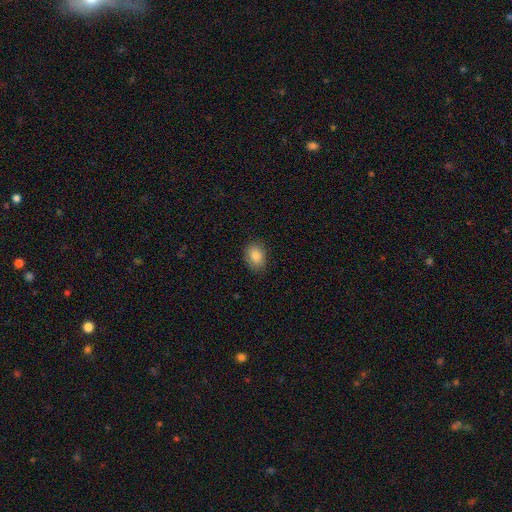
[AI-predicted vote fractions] smooth-or-featured: smooth: 85% | star or artifact: 9% | featured or disk: 6%
  how-rounded: in between: 68% | round: 31% | cigar-shaped: 1%
  merging: none: 85% | minor disturbance: 12% | major disturbance: 3% | merger: 1%